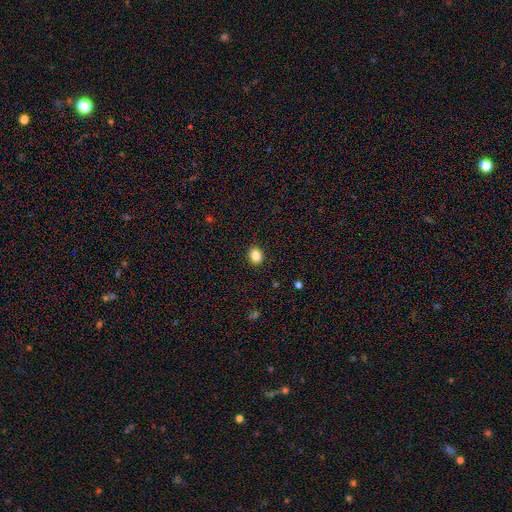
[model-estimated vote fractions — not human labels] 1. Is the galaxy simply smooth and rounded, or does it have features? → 85% smooth, 10% star or artifact, 5% featured or disk.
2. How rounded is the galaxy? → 67% round, 32% in between, 1% cigar-shaped.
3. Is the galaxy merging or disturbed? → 91% none, 6% minor disturbance, 2% major disturbance, 1% merger.